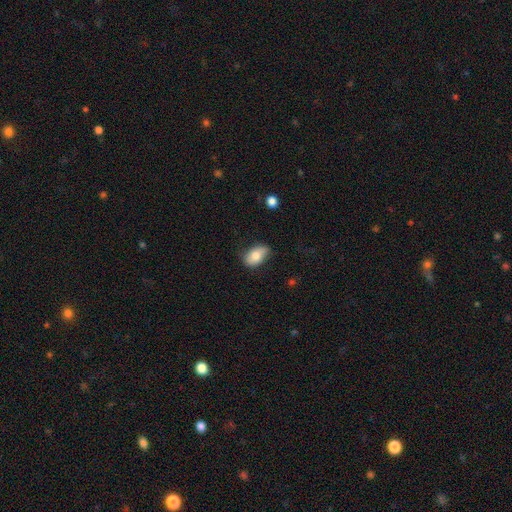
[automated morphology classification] The model was most divided on "merging": none: 70%, minor disturbance: 24%, major disturbance: 4%, merger: 1%. More confident: how rounded — in between (91%); smooth or featured — smooth (75%).